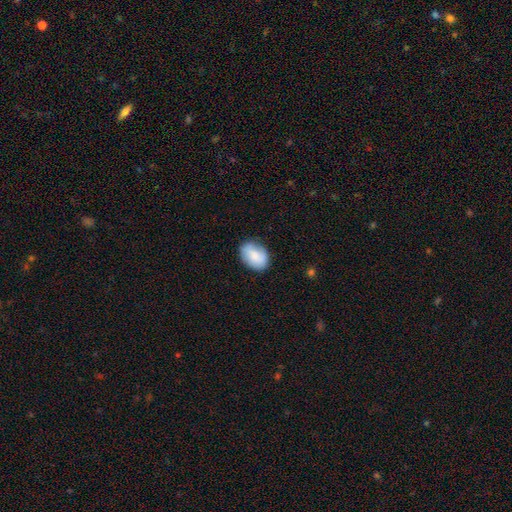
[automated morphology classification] Smooth or featured? smooth (79%)
How rounded? in between (79%)
Merging? none (80%)